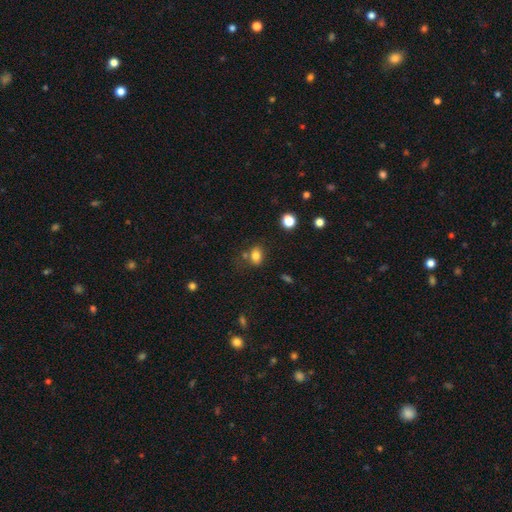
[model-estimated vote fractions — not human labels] smooth_or_featured: smooth (p=0.80) [alt: star or artifact p=0.12]
how_rounded: in between (p=0.67) [alt: round p=0.31]
merging: none (p=0.64) [alt: minor disturbance p=0.17]